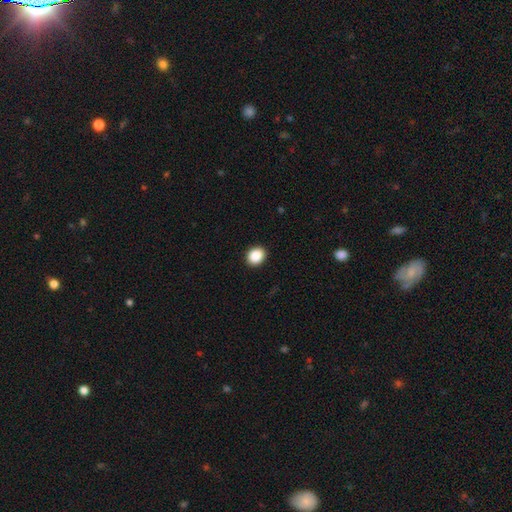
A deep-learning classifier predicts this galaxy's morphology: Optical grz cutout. It shows a smooth galaxy with no disk features (88%) that is round (54%). Merging: none (92%).